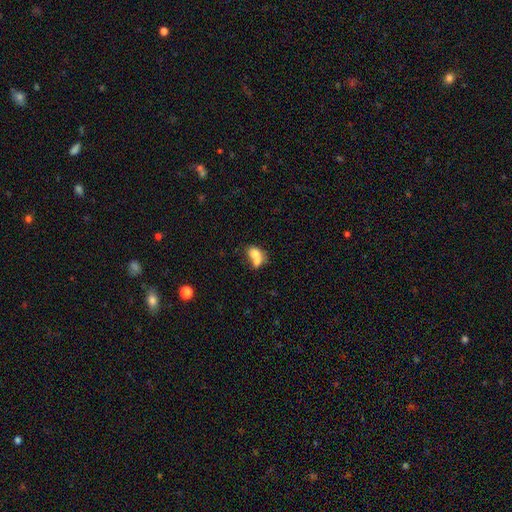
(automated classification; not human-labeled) Smooth or featured? Predicted: smooth (p=0.70). How rounded? Predicted: in between (p=0.67). Merging? Predicted: merger (p=0.64).